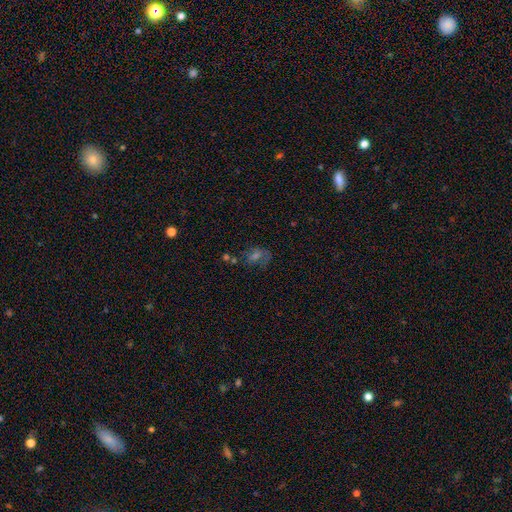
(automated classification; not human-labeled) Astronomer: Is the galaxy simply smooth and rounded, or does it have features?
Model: featured or disk — 38% (runner-up: smooth, 32%).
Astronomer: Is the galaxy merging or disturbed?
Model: none — 56%.